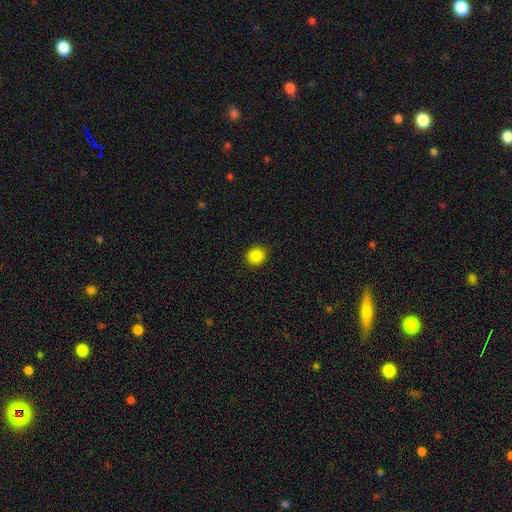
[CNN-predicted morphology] A smooth galaxy with no disk features (86%) that is round (86%). Merging: none (92%).